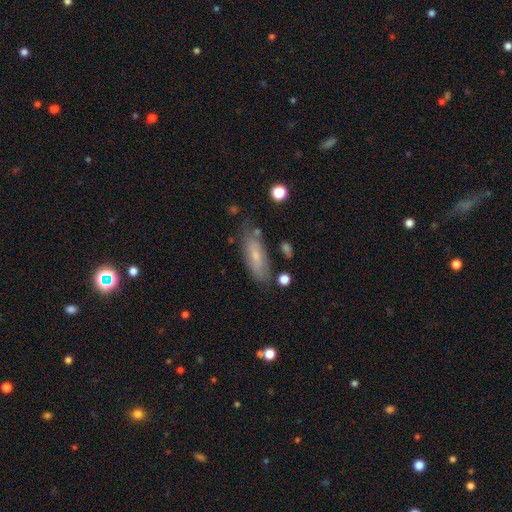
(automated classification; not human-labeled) Smooth or featured? smooth (61%)
How rounded? in between (61%)
Merging? none (69%)